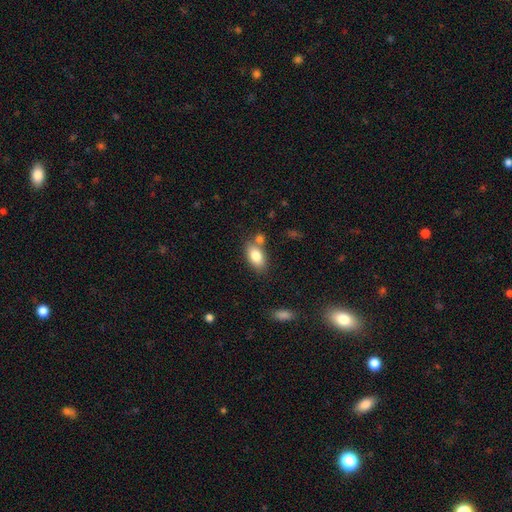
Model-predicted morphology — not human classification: This is clearly a smooth galaxy (81%). How rounded: clearly in between (89%). Merging: likely none (63%).